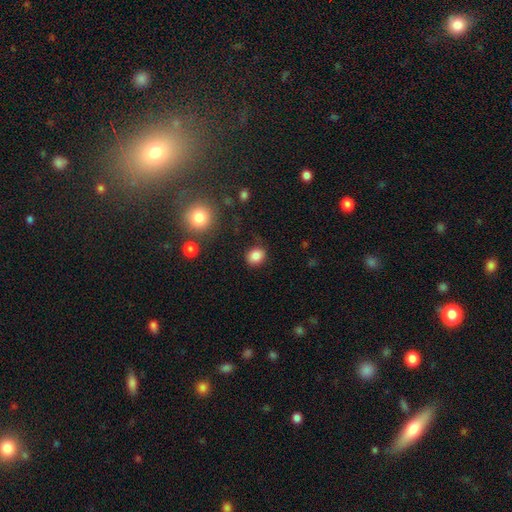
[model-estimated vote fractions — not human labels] Overall: smooth (85%). How rounded: round (61%; in between 38%). Merging: none (84%).